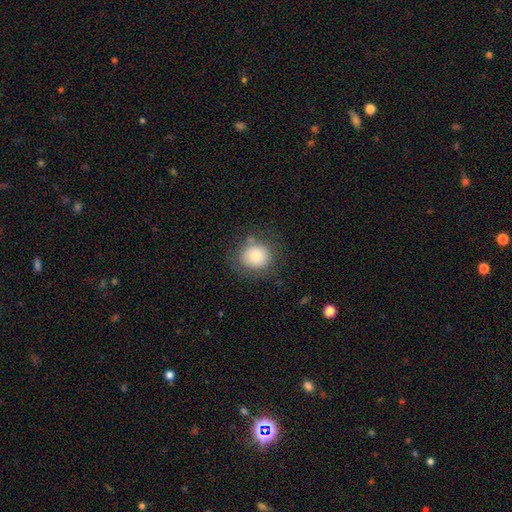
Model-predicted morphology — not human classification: type=smooth (77%); roundness=round (87%); merging=none (78%).